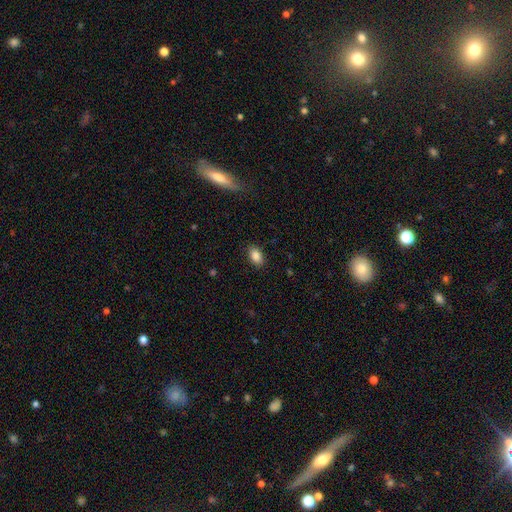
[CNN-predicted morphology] Smooth or featured?
  - smooth: 87% *
  - star or artifact: 8%
  - featured or disk: 5%
How rounded?
  - in between: 89% *
  - round: 9%
  - cigar-shaped: 2%
Merging?
  - none: 87% *
  - minor disturbance: 9%
  - major disturbance: 3%
  - merger: 1%